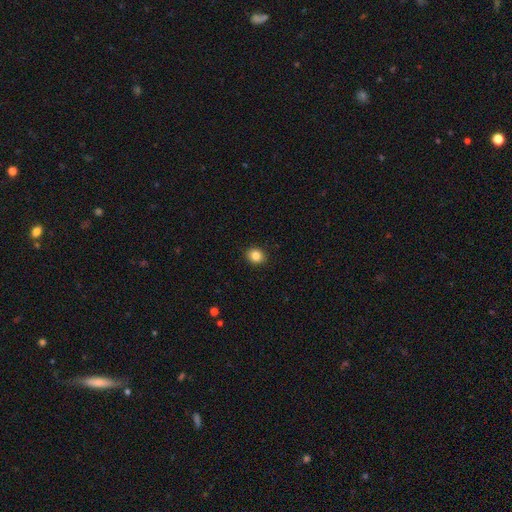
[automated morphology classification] smooth 84%, star or artifact 10%, featured or disk 6%. Down the decision tree: how rounded — round (66%); merging — none (92%).